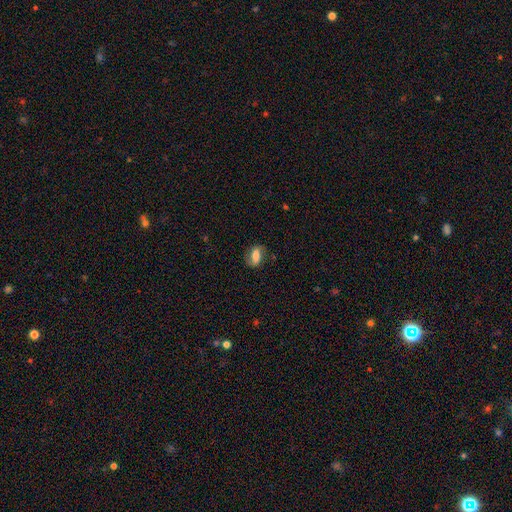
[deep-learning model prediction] This appears to be a smooth galaxy with no disk features (54%) that is in between round and cigar-shaped (82%). Merging: none (72%).